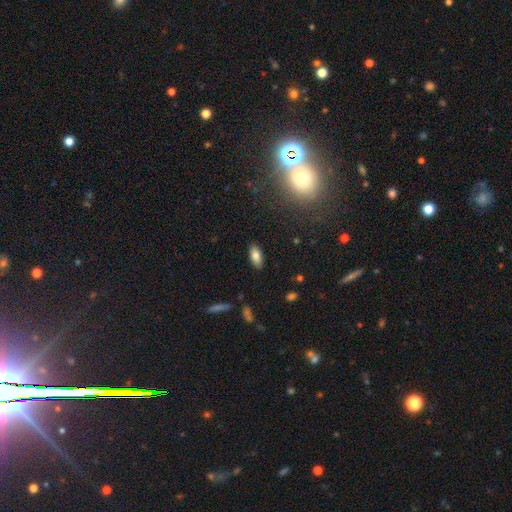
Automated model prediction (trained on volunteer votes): Q: Smooth or featured?
A: smooth (81%); runner-up: featured or disk (11%)
Q: How rounded?
A: in between (89%); runner-up: cigar-shaped (9%)
Q: Merging?
A: none (87%); runner-up: minor disturbance (9%)